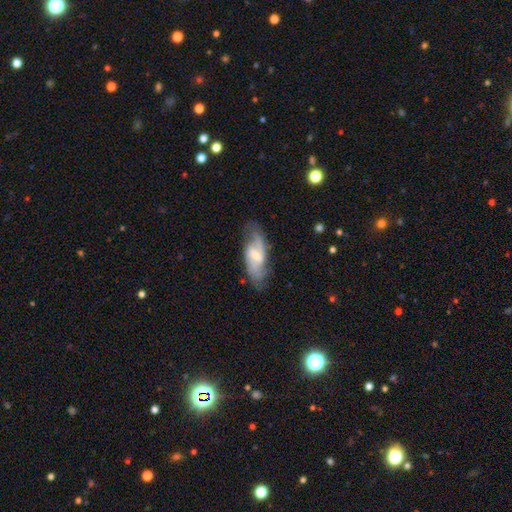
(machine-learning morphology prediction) Smooth or featured: featured or disk — 74% (smooth — 20%)
Edge-on disk: no — 92% (yes — 8%)
Bar: weak — 55% (strong — 26%)
Spiral arms: yes — 91% (no — 9%)
Spiral winding: medium — 46% (loose — 34%)
Spiral arm count: 2 — 79% (can't tell — 12%)
Bulge size: small — 50% (moderate — 39%)
Merging: none — 71% (minor disturbance — 20%)